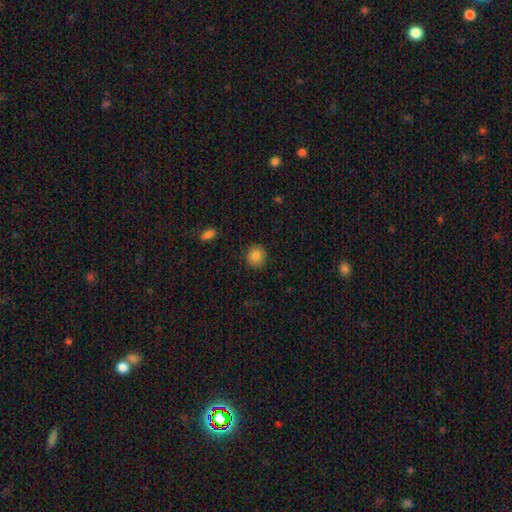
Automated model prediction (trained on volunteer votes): Overall: smooth (84%). How rounded: round (88%). Merging: none (90%).